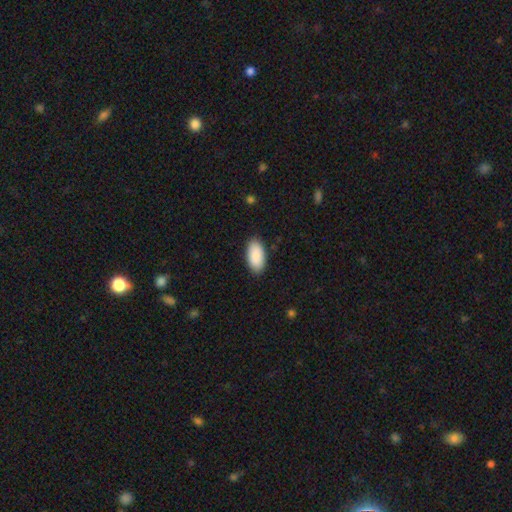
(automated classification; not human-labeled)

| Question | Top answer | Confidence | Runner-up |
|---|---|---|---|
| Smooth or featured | smooth | 91% | star or artifact (6%) |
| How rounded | in between | 95% | cigar-shaped (3%) |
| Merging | none | 88% | minor disturbance (9%) |